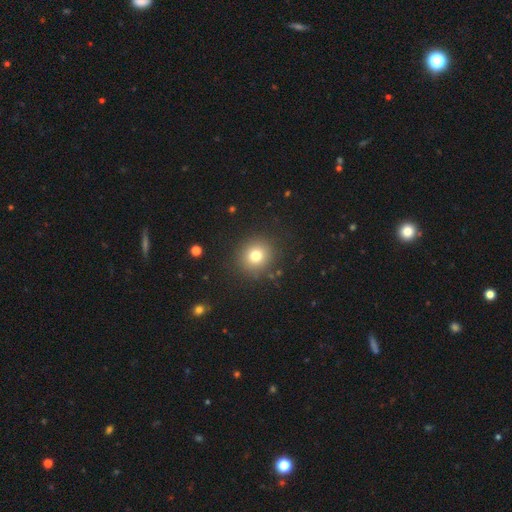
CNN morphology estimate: Smooth or featured: smooth — 77% (star or artifact — 13%)
How rounded: round — 88% (in between — 11%)
Merging: none — 89% (minor disturbance — 7%)